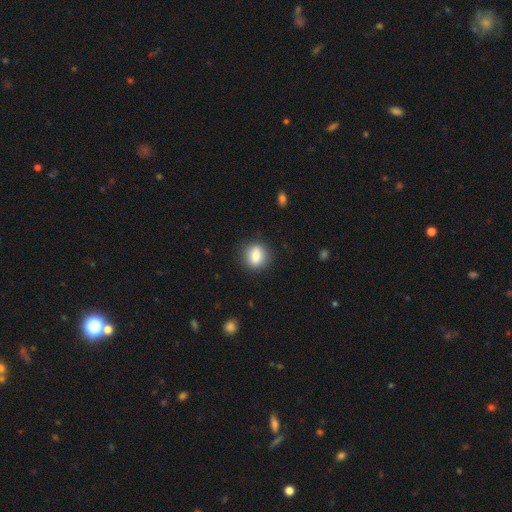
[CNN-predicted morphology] Smooth or featured? Predicted: smooth (p=0.84). How rounded? Predicted: round (p=0.61). Merging? Predicted: none (p=0.86).